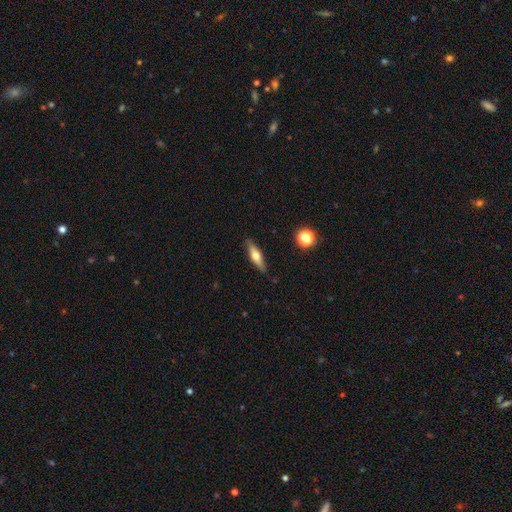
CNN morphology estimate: Overall: smooth (47%; featured or disk 46%). Merging: none (86%).